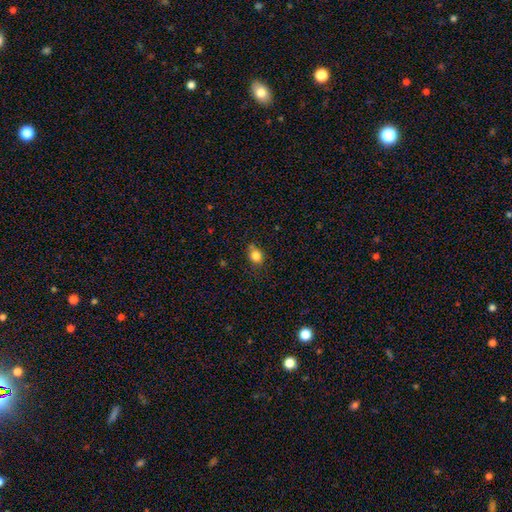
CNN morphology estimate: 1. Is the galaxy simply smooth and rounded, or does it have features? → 82% smooth, 12% star or artifact, 6% featured or disk.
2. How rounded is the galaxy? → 64% round, 35% in between, 1% cigar-shaped.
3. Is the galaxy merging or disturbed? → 68% none, 19% minor disturbance, 8% merger, 5% major disturbance.